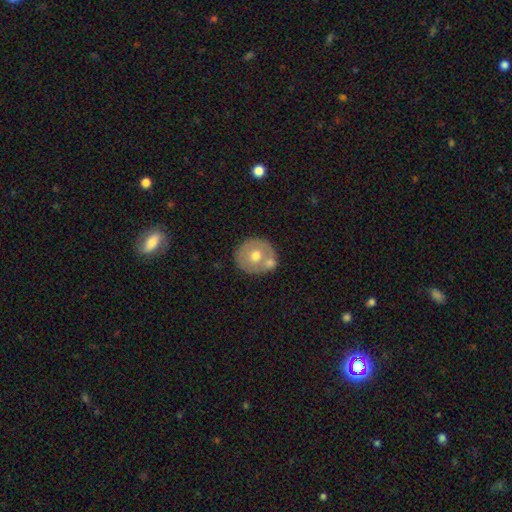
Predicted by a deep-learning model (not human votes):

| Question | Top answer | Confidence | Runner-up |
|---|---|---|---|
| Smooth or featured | smooth | 56% | featured or disk (37%) |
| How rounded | round | 87% | in between (12%) |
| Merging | none | 59% | merger (26%) |